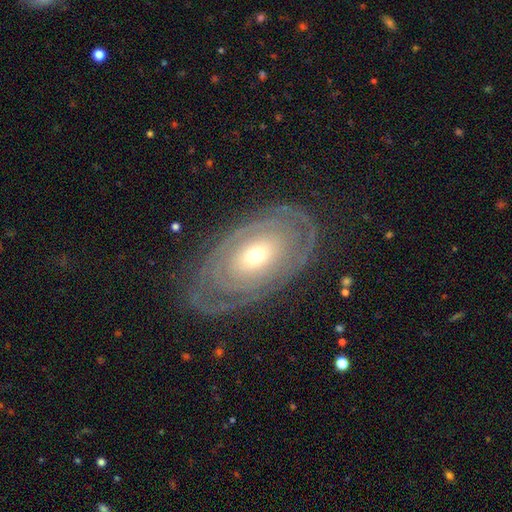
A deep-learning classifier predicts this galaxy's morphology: This is likely a featured or disk galaxy (75%). It is clearly not viewed edge-on (92%). Bar: clearly no (83%). Spiral arm pattern: likely yes (64%). Central bulge: possibly moderate (50%). Merging: likely none (77%).